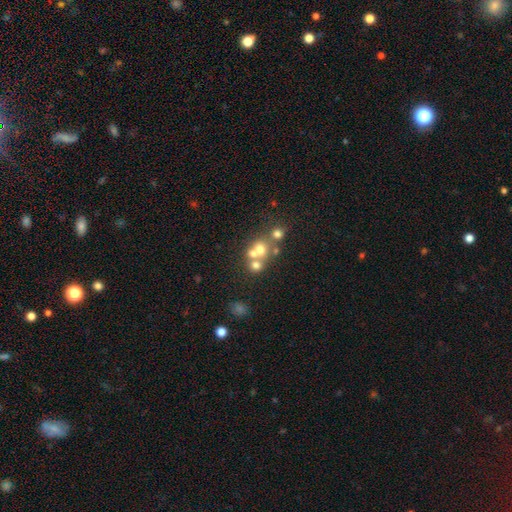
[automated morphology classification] Smooth or featured?
  - smooth: 53% *
  - featured or disk: 28%
  - star or artifact: 19%
How rounded?
  - round: 79% *
  - in between: 20%
  - cigar-shaped: 1%
Merging?
  - merger: 51% *
  - none: 37%
  - minor disturbance: 7%
  - major disturbance: 5%